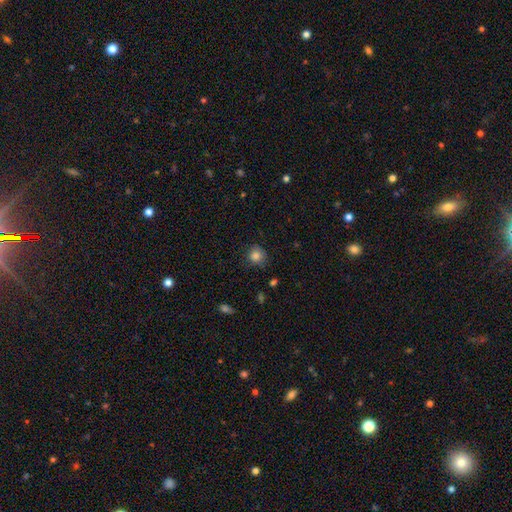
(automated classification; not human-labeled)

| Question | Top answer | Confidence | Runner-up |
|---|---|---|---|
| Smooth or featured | smooth | 84% | star or artifact (11%) |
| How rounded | round | 87% | in between (12%) |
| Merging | none | 77% | minor disturbance (17%) |